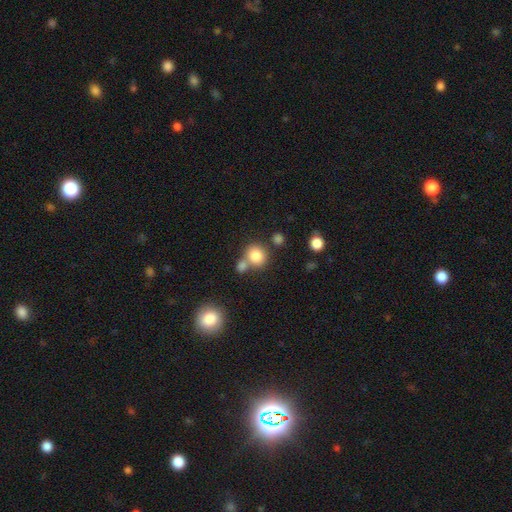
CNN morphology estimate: Q: Smooth or featured?
A: smooth (82%); runner-up: star or artifact (10%)
Q: How rounded?
A: round (78%); runner-up: in between (21%)
Q: Merging?
A: none (56%); runner-up: merger (31%)